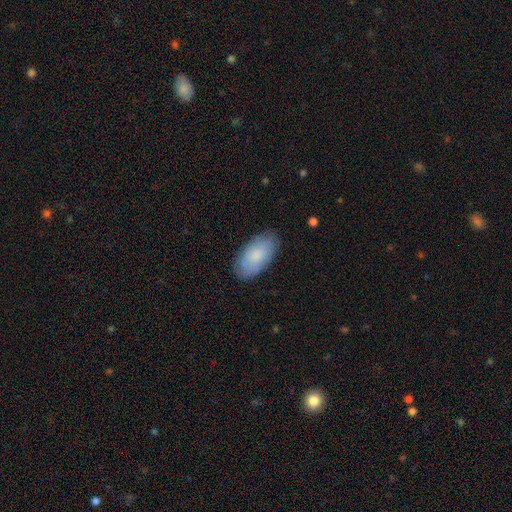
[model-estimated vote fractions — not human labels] Smooth or featured? Predicted: smooth (p=0.82). How rounded? Predicted: in between (p=0.95). Merging? Predicted: none (p=0.83).